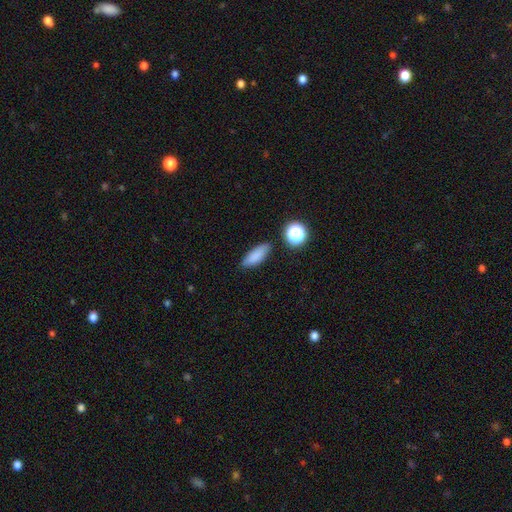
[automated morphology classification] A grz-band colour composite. It shows a smooth galaxy with no disk features (83%) that is in between round and cigar-shaped (65%). Merging: none (82%).